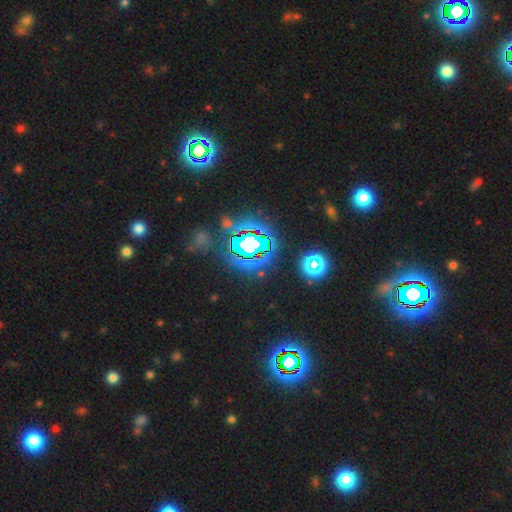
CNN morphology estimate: star or artifact 82%, smooth 10%, featured or disk 7%.